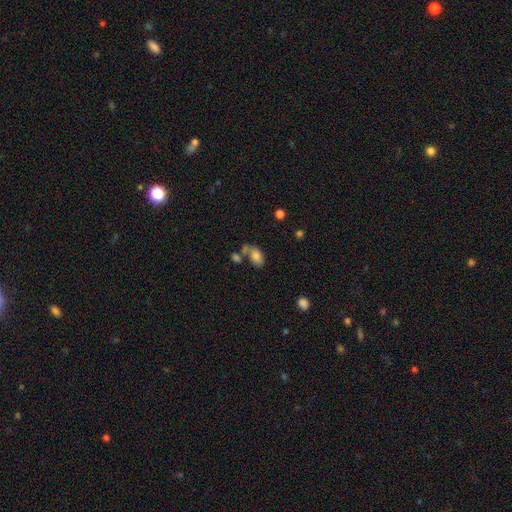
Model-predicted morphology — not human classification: Smooth or featured?
  - smooth: 78% *
  - featured or disk: 12%
  - star or artifact: 10%
How rounded?
  - in between: 89% *
  - round: 10%
  - cigar-shaped: 2%
Merging?
  - none: 40% *
  - merger: 34%
  - minor disturbance: 16%
  - major disturbance: 9%